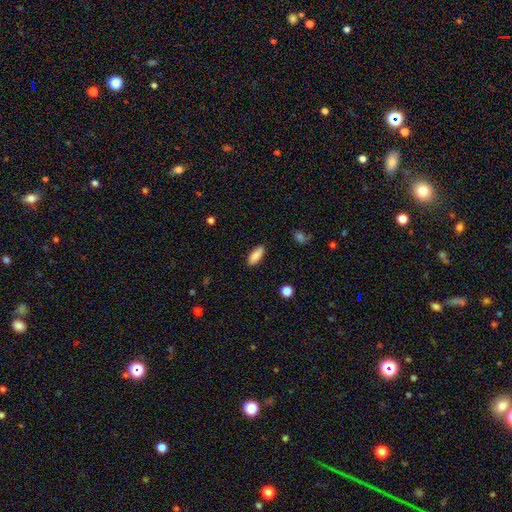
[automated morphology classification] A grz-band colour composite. It shows a smooth galaxy with no disk features (88%) that is in between round and cigar-shaped (75%). Merging: none (87%).